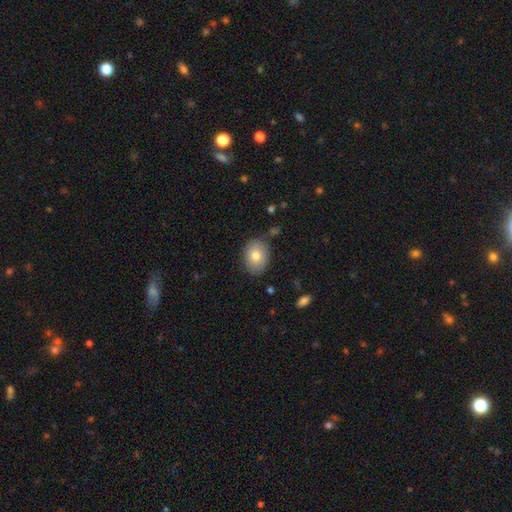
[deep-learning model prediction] The model was most divided on "how rounded": in between: 68%, round: 31%, cigar-shaped: 1%. More confident: merging — none (79%); smooth or featured — smooth (78%).